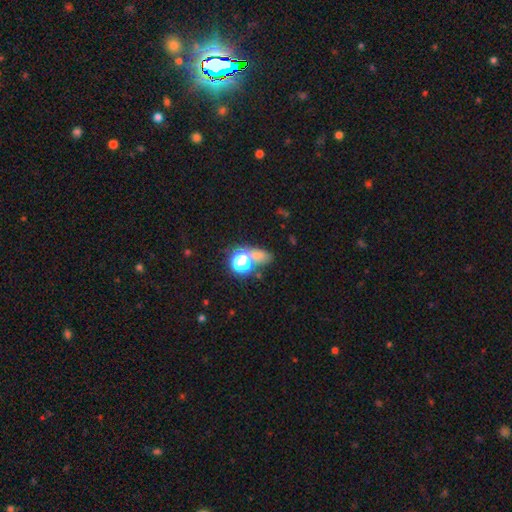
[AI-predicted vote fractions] Q: Smooth or featured?
A: smooth (53%); runner-up: star or artifact (37%)
Q: How rounded?
A: round (54%); runner-up: in between (41%)
Q: Merging?
A: none (51%); runner-up: merger (25%)